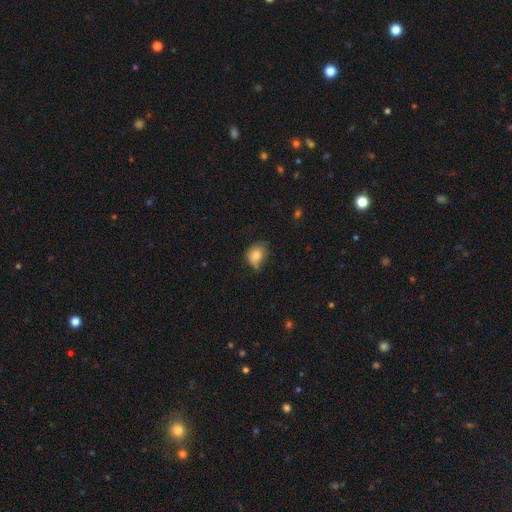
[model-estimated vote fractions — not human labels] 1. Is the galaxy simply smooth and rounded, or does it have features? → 81% smooth, 9% star or artifact, 9% featured or disk.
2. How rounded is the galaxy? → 52% in between, 47% round, 1% cigar-shaped.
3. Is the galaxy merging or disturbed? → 51% none, 36% minor disturbance, 9% major disturbance, 4% merger.